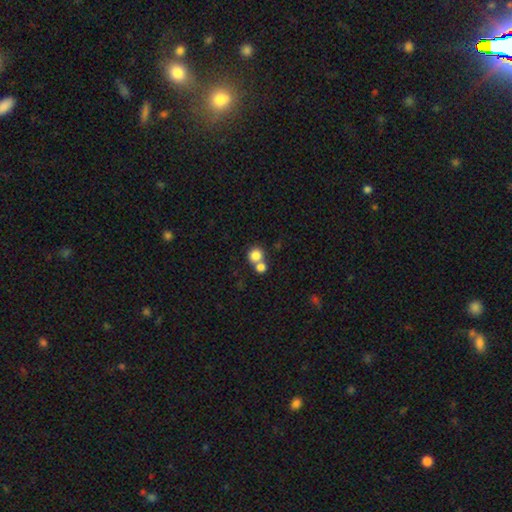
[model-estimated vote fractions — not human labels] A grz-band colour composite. It shows a smooth galaxy with no disk features (82%) that is round (87%). Merging: none (46%).